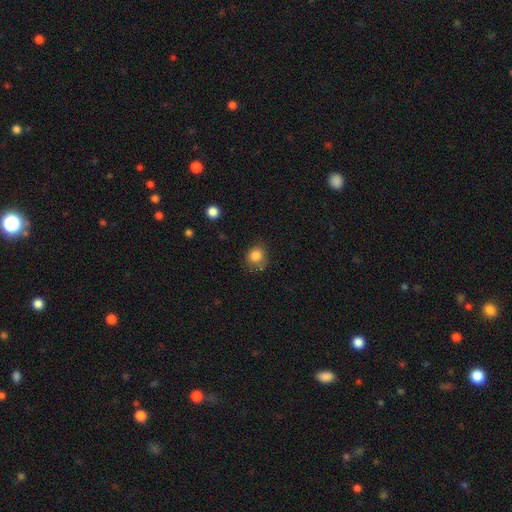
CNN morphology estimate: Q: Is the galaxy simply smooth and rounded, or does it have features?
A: smooth — 84%.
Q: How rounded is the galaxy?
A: round — 77%.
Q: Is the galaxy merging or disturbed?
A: none — 65%.